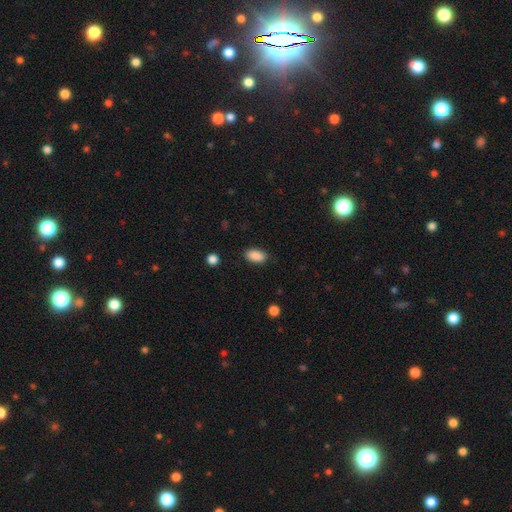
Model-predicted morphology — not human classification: type=smooth (90%); roundness=in between (92%); merging=none (87%).